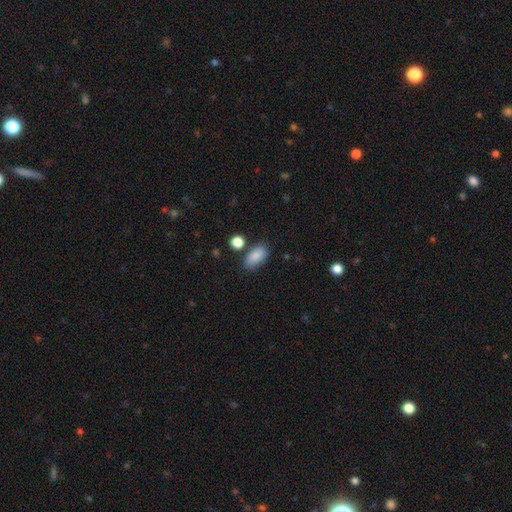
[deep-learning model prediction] Overall: smooth (87%). How rounded: in between (91%). Merging: none (73%).